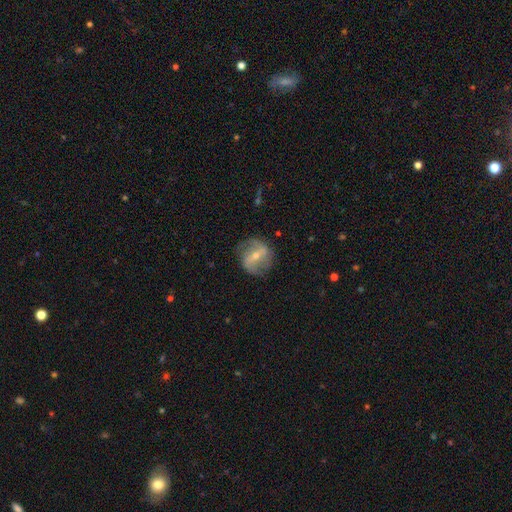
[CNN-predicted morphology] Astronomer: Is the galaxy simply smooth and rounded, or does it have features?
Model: featured or disk — 75%.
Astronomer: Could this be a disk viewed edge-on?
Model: no — 95%.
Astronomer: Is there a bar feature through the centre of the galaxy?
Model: strong — 47% (runner-up: weak, 37%).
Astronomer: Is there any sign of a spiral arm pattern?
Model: yes — 81%.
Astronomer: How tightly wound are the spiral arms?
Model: medium — 41%, tied with loose at 41%.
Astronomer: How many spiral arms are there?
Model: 2 — 84%.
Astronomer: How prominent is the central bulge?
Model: small — 52% (runner-up: moderate, 44%).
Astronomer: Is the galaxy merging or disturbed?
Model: none — 76%.